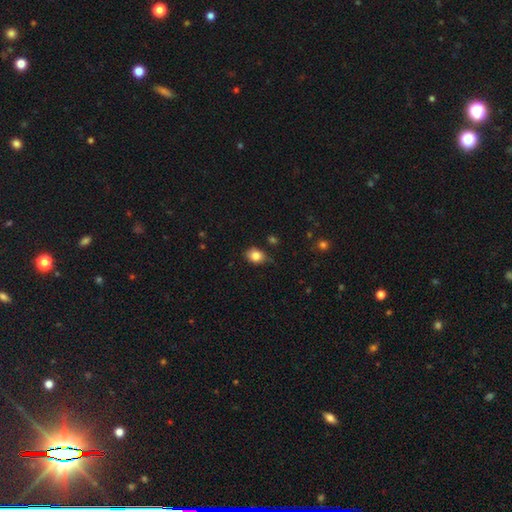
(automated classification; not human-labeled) smooth_or_featured: smooth (p=0.83) [alt: star or artifact p=0.10]
how_rounded: in between (p=0.53) [alt: round p=0.46]
merging: none (p=0.68) [alt: minor disturbance p=0.25]